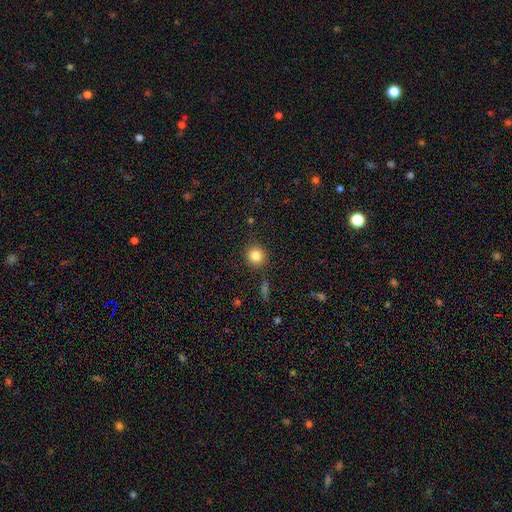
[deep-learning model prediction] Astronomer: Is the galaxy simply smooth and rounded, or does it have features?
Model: smooth — 83%.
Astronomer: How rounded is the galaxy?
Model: round — 90%.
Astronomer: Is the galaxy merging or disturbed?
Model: none — 88%.